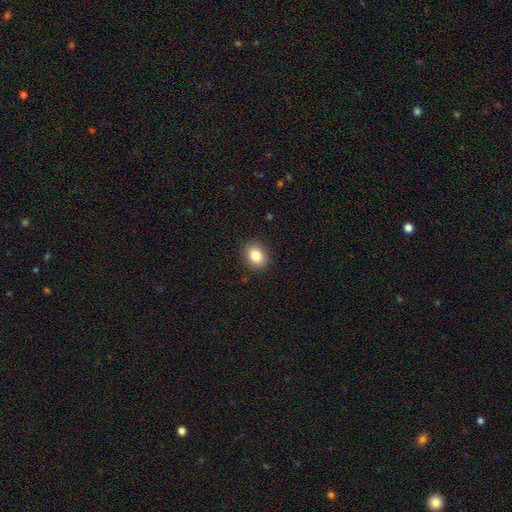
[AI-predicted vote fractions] A smooth galaxy with no disk features (84%) that is round (53%).

Vote fractions:
- Smooth or featured? smooth: 84% / star or artifact: 10% / featured or disk: 6%
- How rounded? round: 53% / in between: 46% / cigar-shaped: 1%
- Merging? none: 90% / minor disturbance: 7% / major disturbance: 2% / merger: 1%